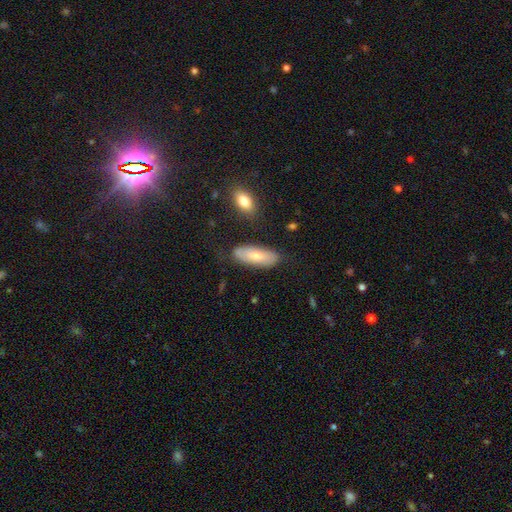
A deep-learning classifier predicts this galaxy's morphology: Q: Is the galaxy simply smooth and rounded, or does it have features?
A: smooth — 71%.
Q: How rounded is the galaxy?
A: in between — 75%.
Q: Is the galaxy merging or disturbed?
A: none — 76%.